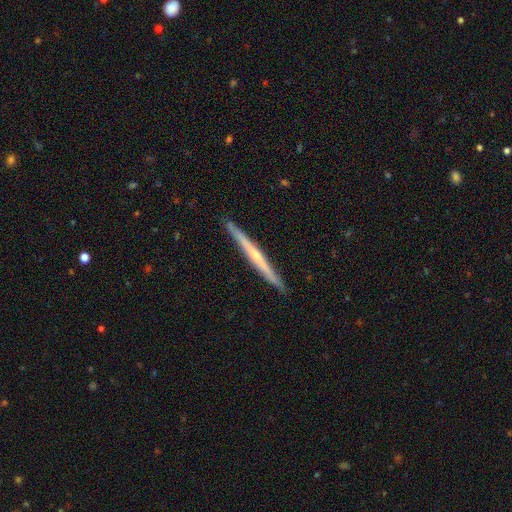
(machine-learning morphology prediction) Smooth or featured? Predicted: featured or disk (p=0.71). Edge-on disk? Predicted: yes (p=0.98). Edge-on bulge? Predicted: rounded (p=0.58). Merging? Predicted: none (p=0.92).